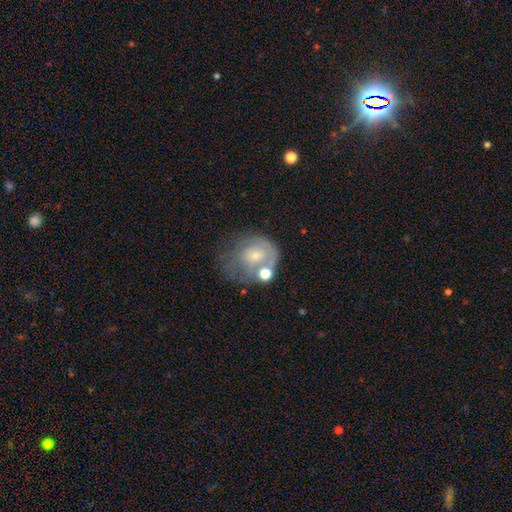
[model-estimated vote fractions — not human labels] Overall: featured or disk (47%; smooth 44%). Merging: none (32%; major disturbance 26%).